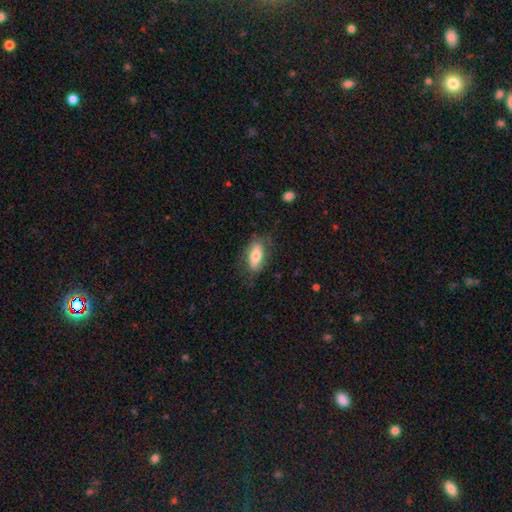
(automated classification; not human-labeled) smooth 68%, featured or disk 25%, star or artifact 6%. Down the decision tree: how rounded — in between (85%); merging — none (71%).